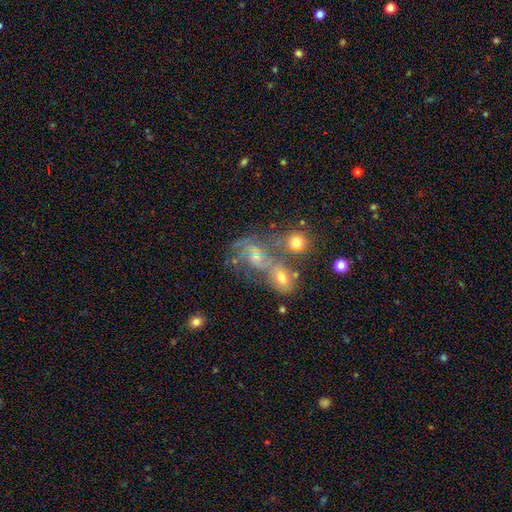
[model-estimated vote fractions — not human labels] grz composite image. It shows a featured or disk galaxy (45%). Merging: merger (40%).